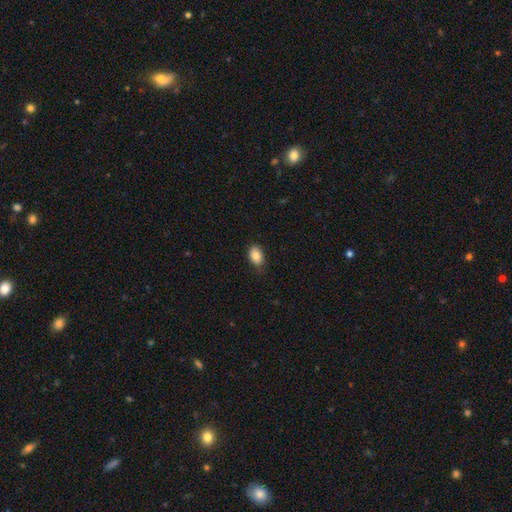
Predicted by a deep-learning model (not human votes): Q: Smooth or featured?
A: smooth (85%); runner-up: star or artifact (8%)
Q: How rounded?
A: in between (86%); runner-up: round (12%)
Q: Merging?
A: none (82%); runner-up: minor disturbance (15%)